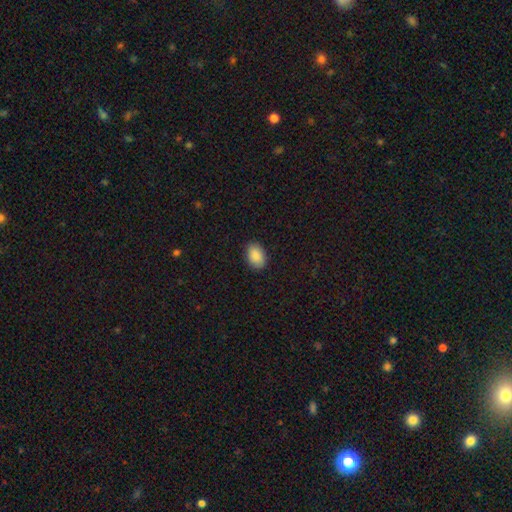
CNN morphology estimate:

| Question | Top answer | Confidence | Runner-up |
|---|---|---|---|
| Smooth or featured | smooth | 90% | star or artifact (7%) |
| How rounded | in between | 86% | round (13%) |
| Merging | none | 88% | minor disturbance (9%) |